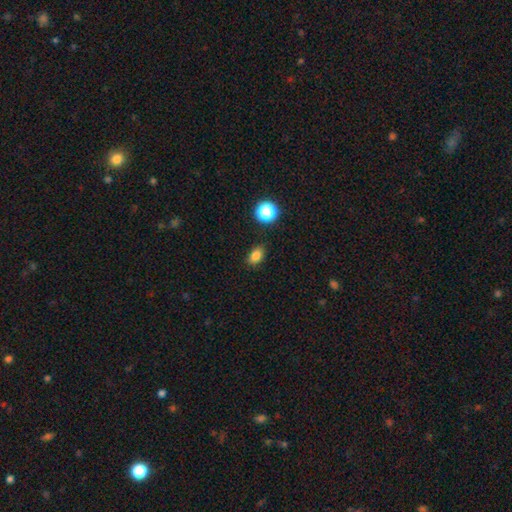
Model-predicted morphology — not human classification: Smooth or featured? smooth (82%)
How rounded? in between (79%)
Merging? none (86%)